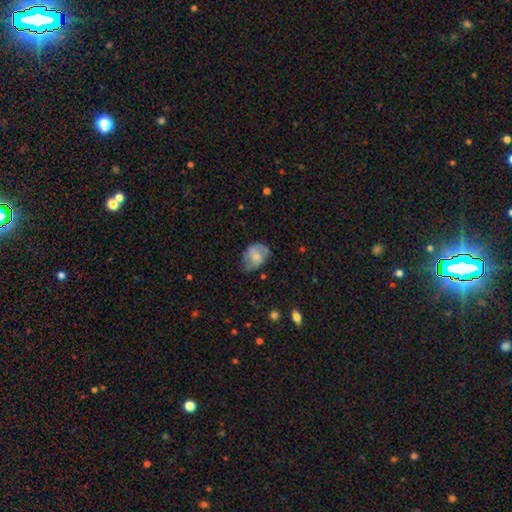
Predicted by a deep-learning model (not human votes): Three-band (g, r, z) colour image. It shows a smooth galaxy with no disk features (62%) that is in between round and cigar-shaped (75%). Merging: none (48%).